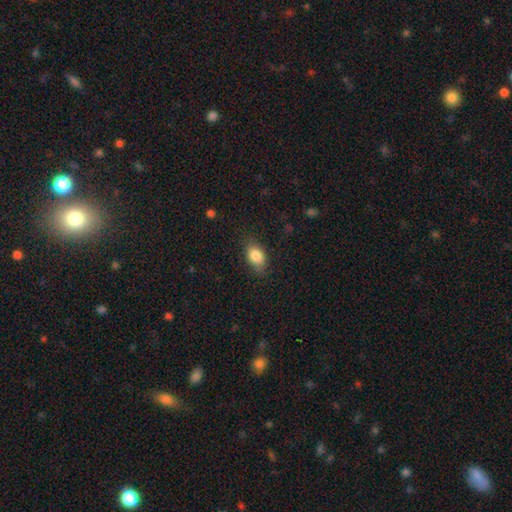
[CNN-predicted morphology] Q: Smooth or featured?
A: smooth (84%); runner-up: featured or disk (8%)
Q: How rounded?
A: in between (85%); runner-up: round (13%)
Q: Merging?
A: none (79%); runner-up: minor disturbance (16%)